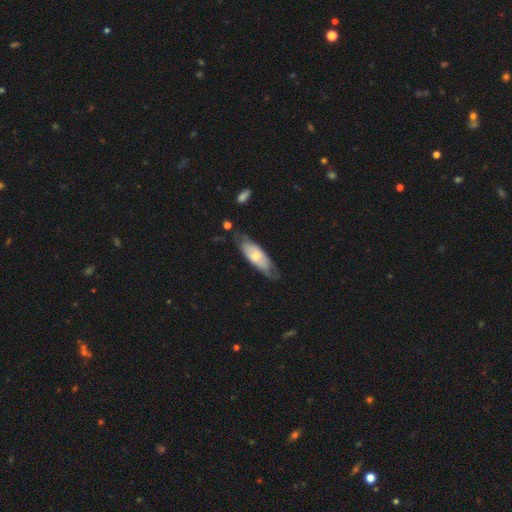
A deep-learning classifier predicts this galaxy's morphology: Overall: smooth (49%; featured or disk 46%). Merging: none (60%; minor disturbance 28%).